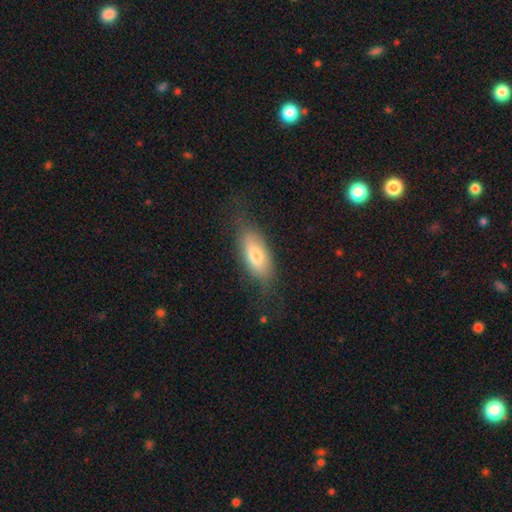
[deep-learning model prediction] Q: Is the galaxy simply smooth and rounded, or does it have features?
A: smooth — 68%.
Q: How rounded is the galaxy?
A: in between — 78%.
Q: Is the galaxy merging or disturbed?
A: none — 68%.